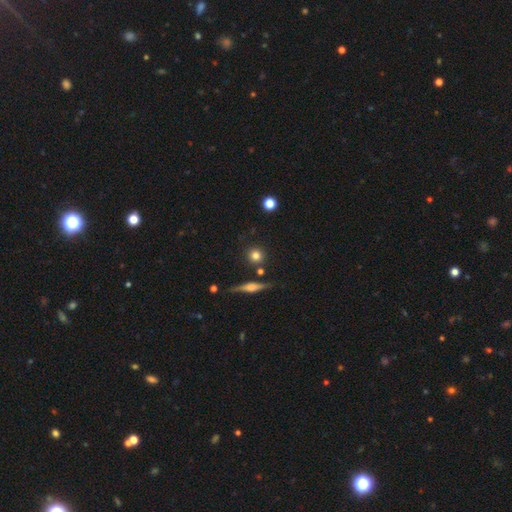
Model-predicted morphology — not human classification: smooth_or_featured: smooth (p=0.79) [alt: featured or disk p=0.11]
how_rounded: round (p=0.91) [alt: in between p=0.07]
merging: none (p=0.83) [alt: minor disturbance p=0.09]